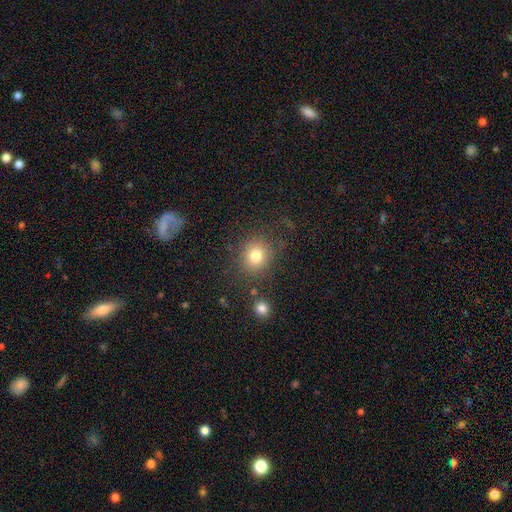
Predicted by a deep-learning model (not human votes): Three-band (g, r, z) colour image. It shows a smooth galaxy with no disk features (79%) that is round (77%). Merging: none (79%).